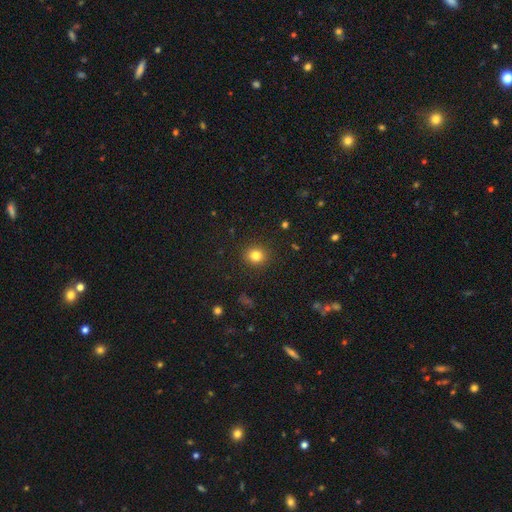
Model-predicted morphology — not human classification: smooth 82%, star or artifact 12%, featured or disk 6%. Down the decision tree: how rounded — round (83%); merging — none (90%).